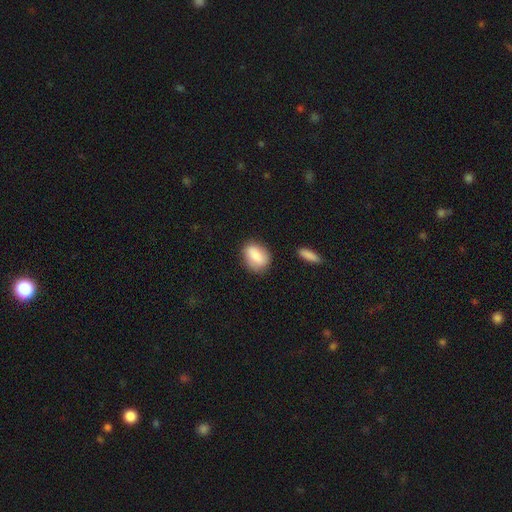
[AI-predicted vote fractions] smooth 82%, featured or disk 11%, star or artifact 7%. Down the decision tree: how rounded — in between (72%); merging — none (77%).